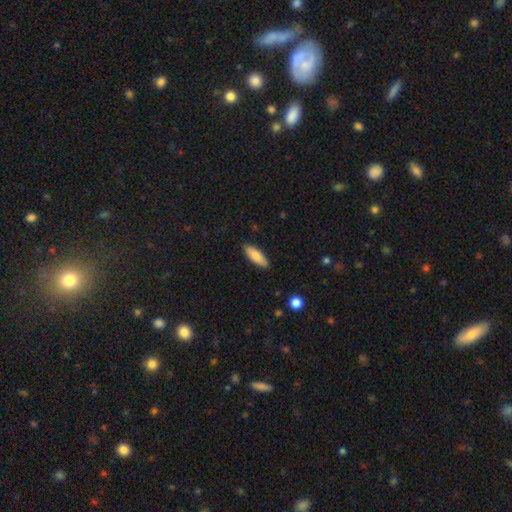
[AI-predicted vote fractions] Morphology: type=smooth (83%); roundness=in between (63%); merging=none (88%).